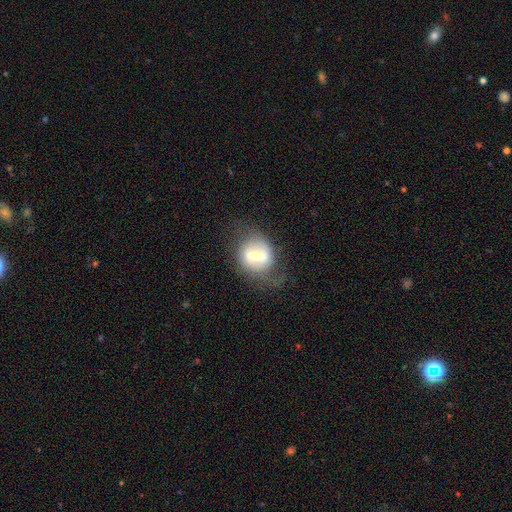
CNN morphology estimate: Smooth or featured? featured or disk (57%)
Edge-on disk? no (94%)
Bar? weak (39%)
Spiral arms? no (50%, tied with yes)
Bulge size? moderate (47%)
Merging? none (57%)